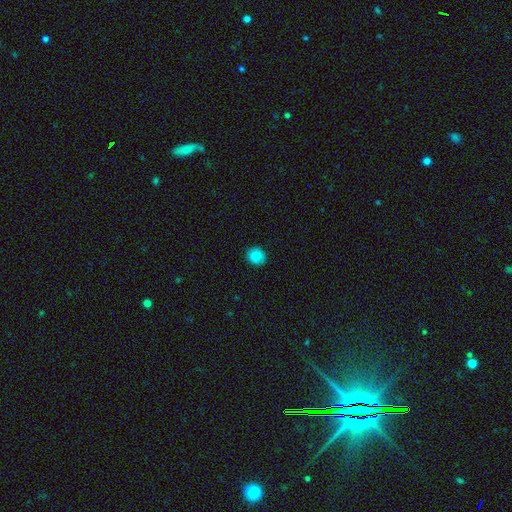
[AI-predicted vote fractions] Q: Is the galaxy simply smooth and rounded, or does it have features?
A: smooth — 86%.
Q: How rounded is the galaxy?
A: round — 86%.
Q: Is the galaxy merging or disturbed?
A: none — 90%.